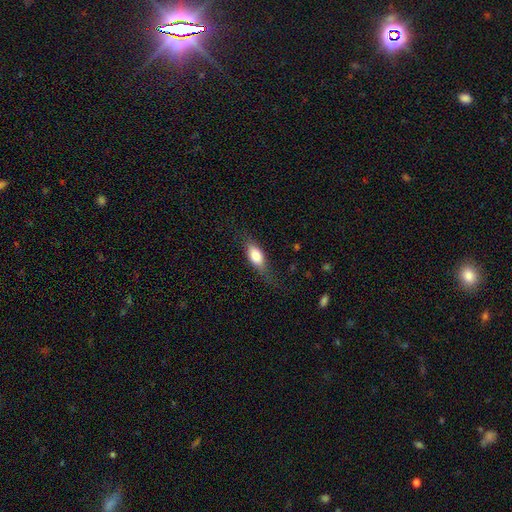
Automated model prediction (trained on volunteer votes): Smooth or featured? Predicted: smooth (p=0.73). How rounded? Predicted: in between (p=0.75). Merging? Predicted: none (p=0.65).